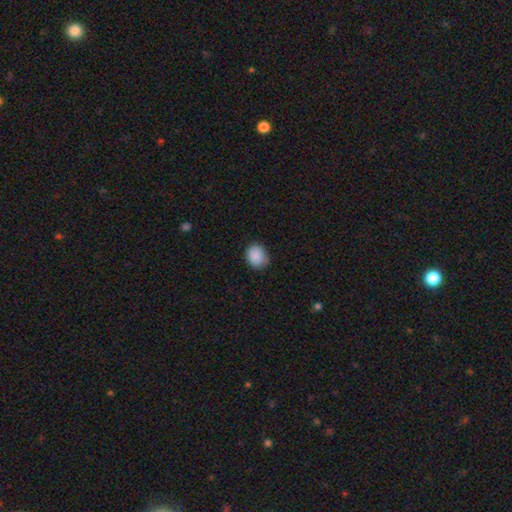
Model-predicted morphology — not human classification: type=smooth (89%); roundness=round (65%); merging=none (79%).